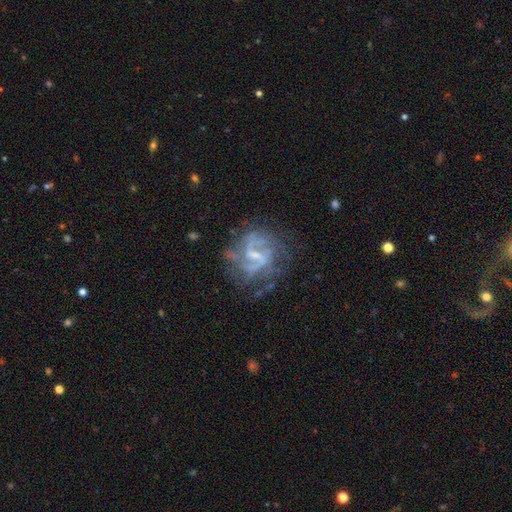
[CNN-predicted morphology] type=featured or disk (82%); edge-on=no (97%); bar=weak (52%); spiral arms=yes (82%); winding=medium (46%); arm count=2 (42%); bulge=small (45%); merging=none (59%).